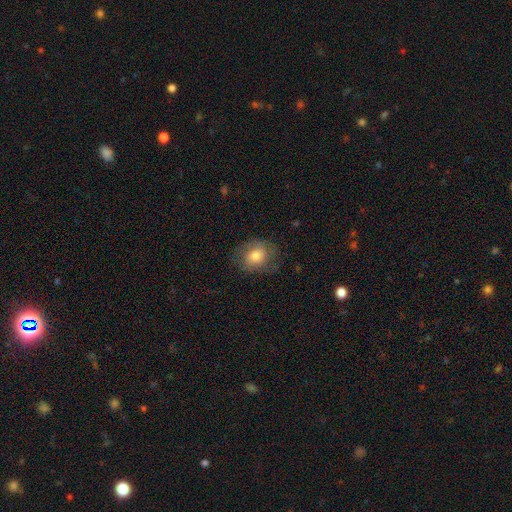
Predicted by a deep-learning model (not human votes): A smooth galaxy with no disk features (71%) that is in between round and cigar-shaped (52%). Merging: none (70%).